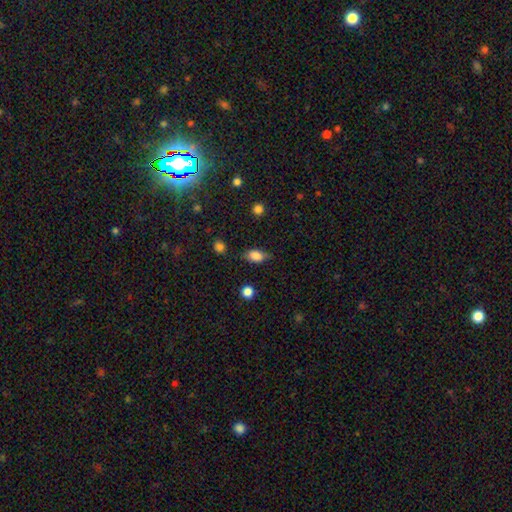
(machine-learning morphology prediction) This appears to be a smooth galaxy with no disk features (81%) that is in between round and cigar-shaped (84%). Merging: none (68%).